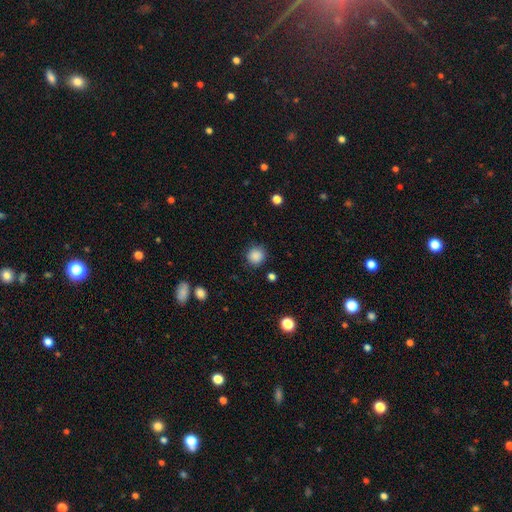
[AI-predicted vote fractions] Smooth or featured? Predicted: smooth (p=0.87). How rounded? Predicted: round (p=0.93). Merging? Predicted: none (p=0.88).